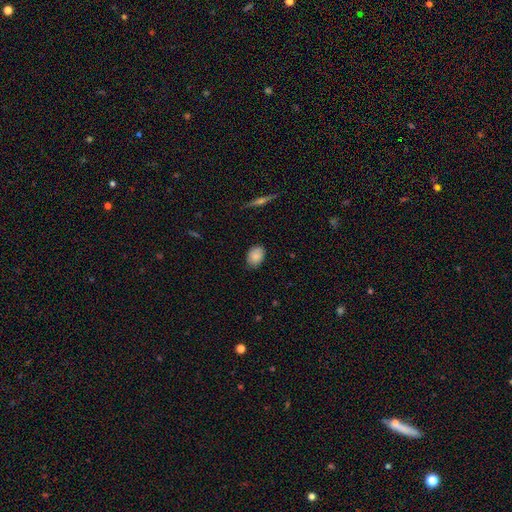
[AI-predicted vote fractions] smooth 85%, star or artifact 8%, featured or disk 7%. Down the decision tree: how rounded — in between (71%); merging — none (82%).